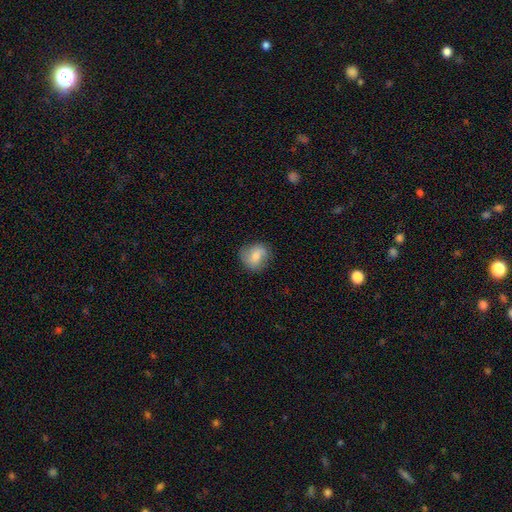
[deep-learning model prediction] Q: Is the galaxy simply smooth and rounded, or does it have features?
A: smooth — 75%.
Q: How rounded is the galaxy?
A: round — 73%.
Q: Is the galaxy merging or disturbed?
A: none — 76%.